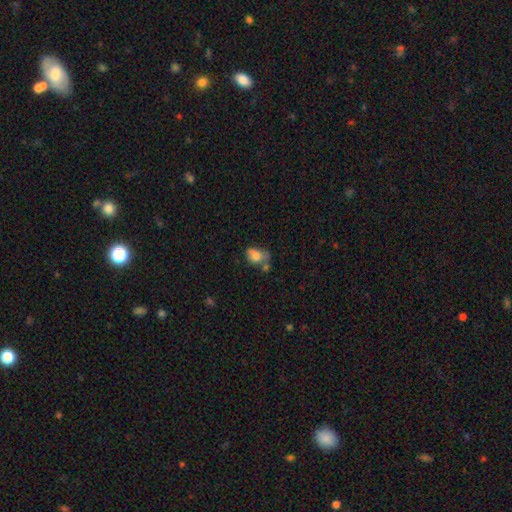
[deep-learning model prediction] Smooth or featured? Predicted: smooth (p=0.72). How rounded? Predicted: in between (p=0.70). Merging? Predicted: none (p=0.39).